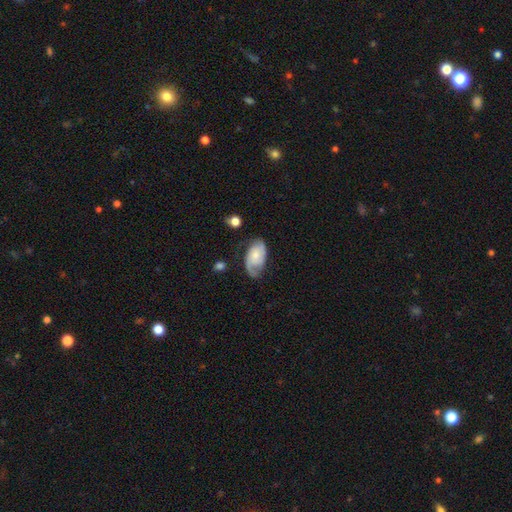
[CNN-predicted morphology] A featured or disk galaxy (63%) with no bar (71%), 2 (70%) medium (41%) spiral arms (90%) and a small central bulge (49%).

Vote fractions:
- Smooth or featured? featured or disk: 63% / smooth: 30% / star or artifact: 6%
- Edge-on disk? no: 96% / yes: 4%
- Bar? no: 71% / weak: 25% / strong: 4%
- Spiral arms? yes: 90% / no: 10%
- Spiral winding? medium: 41% / tight: 39% / loose: 21%
- Spiral arm count? 2: 70% / can't tell: 15% / 1: 10% / 3: 3% / 4: 1% / more than 4: 1%
- Bulge size? small: 49% / moderate: 35% / none: 9% / large: 6% / dominant: 2%
- Merging? none: 60% / minor disturbance: 26% / major disturbance: 11% / merger: 2%